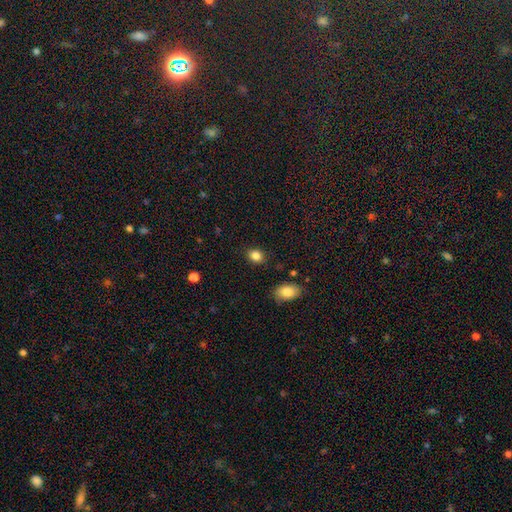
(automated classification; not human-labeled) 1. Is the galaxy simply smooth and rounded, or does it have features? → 85% smooth, 10% star or artifact, 5% featured or disk.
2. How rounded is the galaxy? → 55% round, 44% in between, 1% cigar-shaped.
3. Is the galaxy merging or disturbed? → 86% none, 10% minor disturbance, 3% major disturbance, 2% merger.